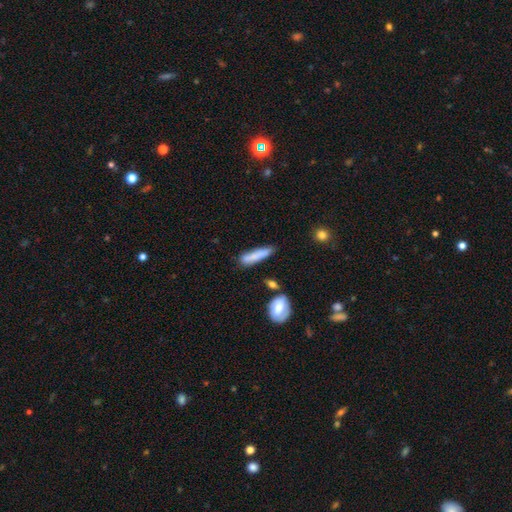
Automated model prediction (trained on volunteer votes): smooth-or-featured: smooth: 79% | featured or disk: 15% | star or artifact: 7%
  how-rounded: cigar-shaped: 81% | in between: 17% | round: 2%
  merging: none: 67% | minor disturbance: 21% | merger: 6% | major disturbance: 5%